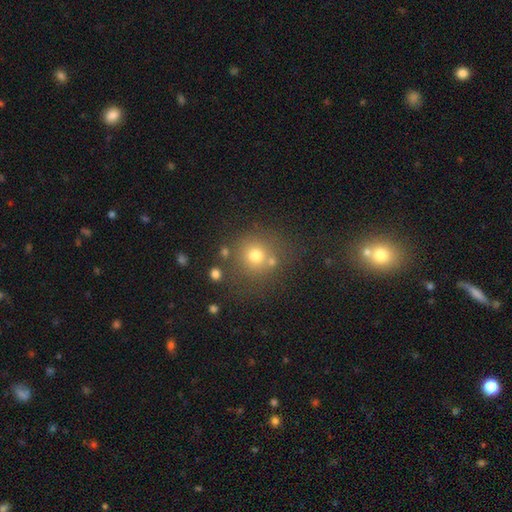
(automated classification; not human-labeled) A smooth galaxy with no disk features (72%) that is round (90%). Merging: none (73%).